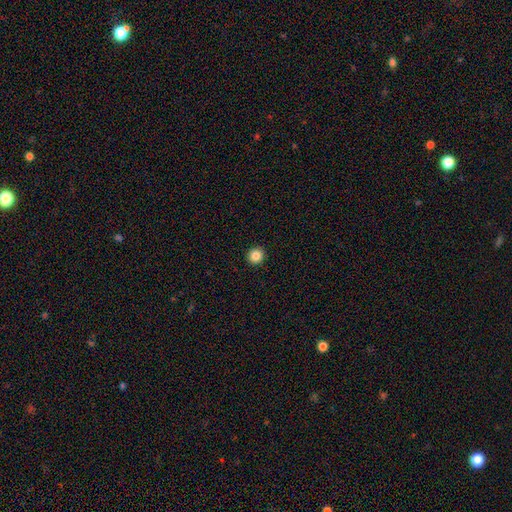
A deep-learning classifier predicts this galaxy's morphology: A smooth galaxy with no disk features (85%) that is round (93%).

Vote fractions:
- Smooth or featured? smooth: 85% / star or artifact: 10% / featured or disk: 4%
- How rounded? round: 93% / in between: 6% / cigar-shaped: 1%
- Merging? none: 94% / minor disturbance: 4% / major disturbance: 1% / merger: 1%